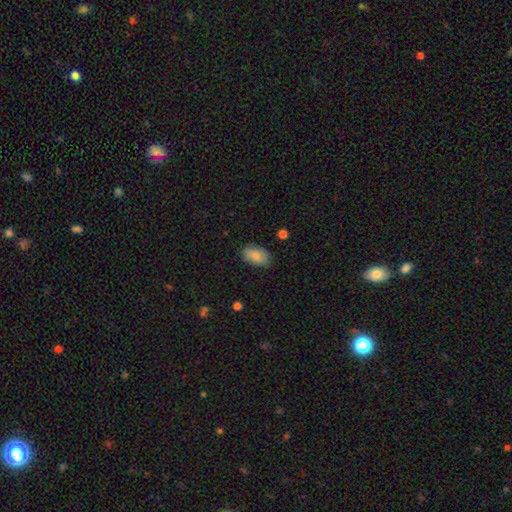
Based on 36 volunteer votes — A smooth galaxy with no disk features (89%) that is in between round and cigar-shaped (97%). Merging: none (89%).